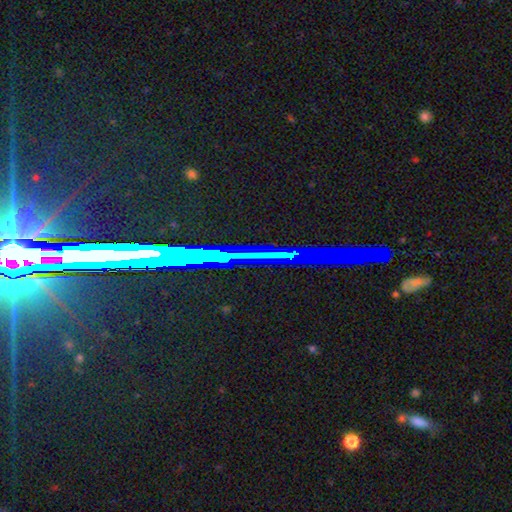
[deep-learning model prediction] A star or artifact, not a galaxy (76%).